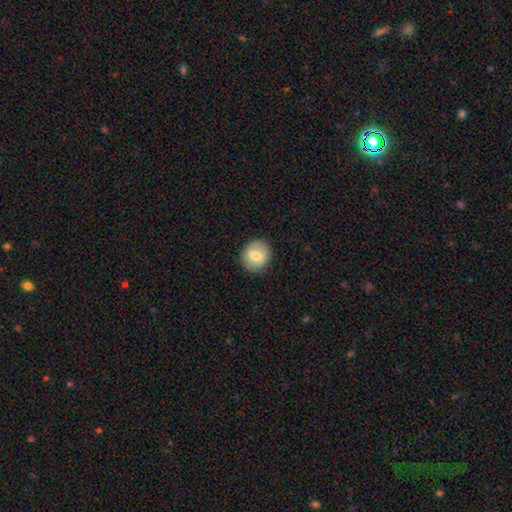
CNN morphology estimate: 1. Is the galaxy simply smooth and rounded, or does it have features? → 72% smooth, 20% featured or disk, 8% star or artifact.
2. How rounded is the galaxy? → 86% round, 13% in between, 1% cigar-shaped.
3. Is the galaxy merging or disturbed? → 89% none, 8% minor disturbance, 2% major disturbance, 1% merger.